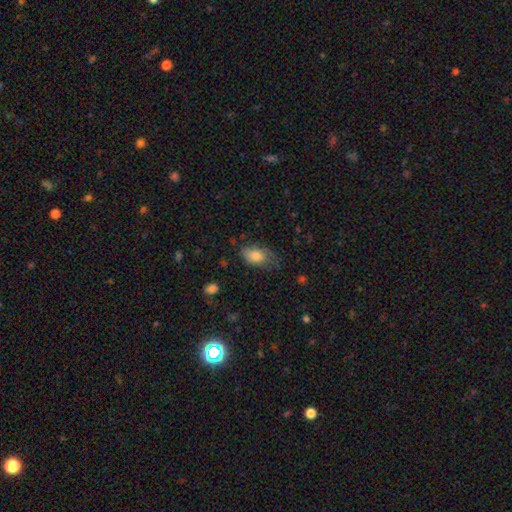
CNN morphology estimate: type=smooth (78%); roundness=in between (89%); merging=none (51%).